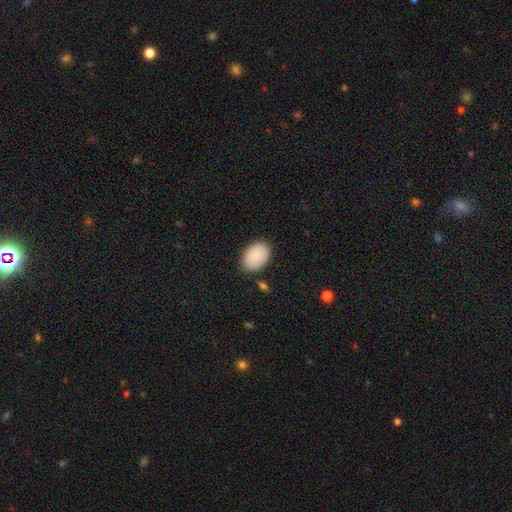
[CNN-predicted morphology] A smooth galaxy with no disk features (88%) that is in between round and cigar-shaped (83%).

Vote fractions:
- Smooth or featured? smooth: 88% / star or artifact: 6% / featured or disk: 6%
- How rounded? in between: 83% / round: 16% / cigar-shaped: 1%
- Merging? none: 83% / minor disturbance: 12% / major disturbance: 3% / merger: 2%